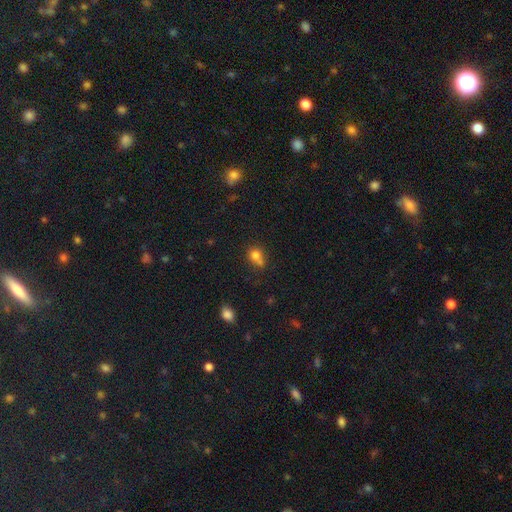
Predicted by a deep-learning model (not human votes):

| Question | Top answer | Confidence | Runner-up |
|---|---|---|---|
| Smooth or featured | smooth | 76% | star or artifact (13%) |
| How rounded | round | 71% | in between (28%) |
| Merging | none | 41% | merger (37%) |